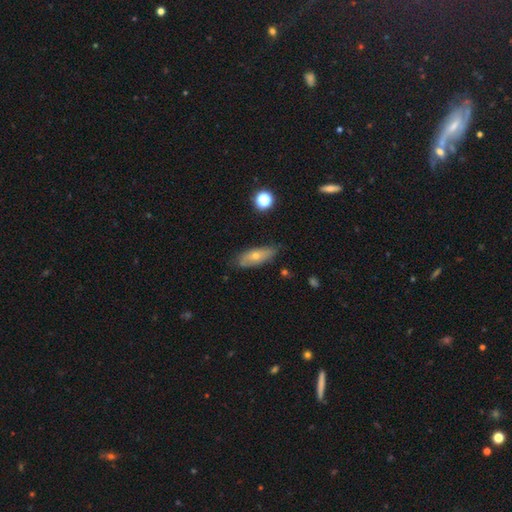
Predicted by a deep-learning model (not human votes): This is possibly a smooth galaxy (52%). How rounded: possibly in between (59%). Merging: clearly none (81%).